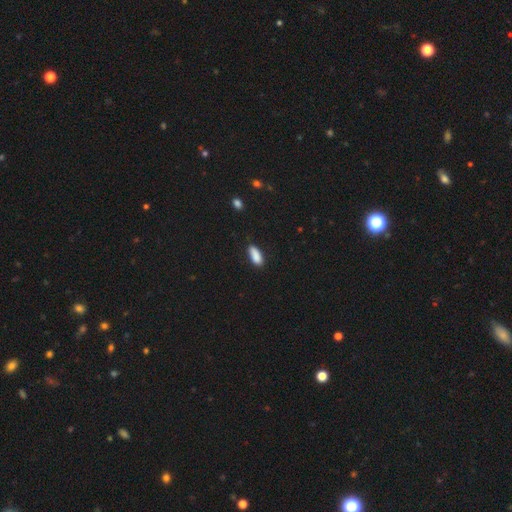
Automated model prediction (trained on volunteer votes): Smooth or featured?
  - smooth: 88% *
  - star or artifact: 7%
  - featured or disk: 5%
How rounded?
  - in between: 79% *
  - cigar-shaped: 18%
  - round: 2%
Merging?
  - none: 75% *
  - minor disturbance: 20%
  - major disturbance: 3%
  - merger: 2%